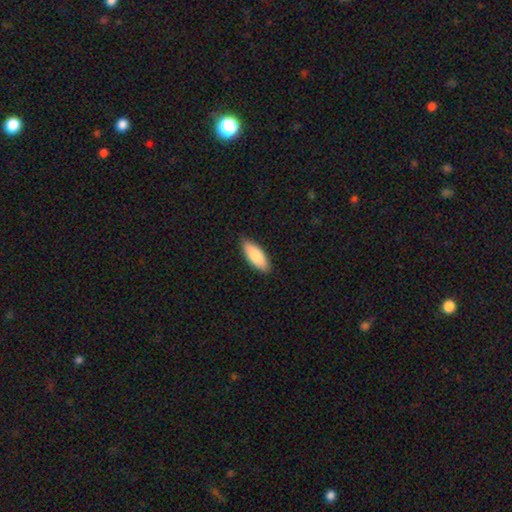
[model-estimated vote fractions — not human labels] Overall: smooth (85%). How rounded: in between (74%). Merging: none (86%).